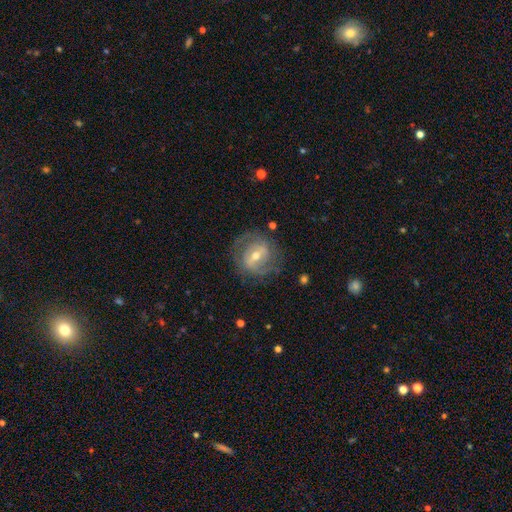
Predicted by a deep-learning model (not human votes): featured or disk 79%, smooth 15%, star or artifact 6%. Down the decision tree: edge-on disk — no (96%); bar — weak (46%); spiral arms — yes (83%); spiral arm count — 2 (62%); spiral winding — tight (44%); bulge size — moderate (62%); merging — none (74%).